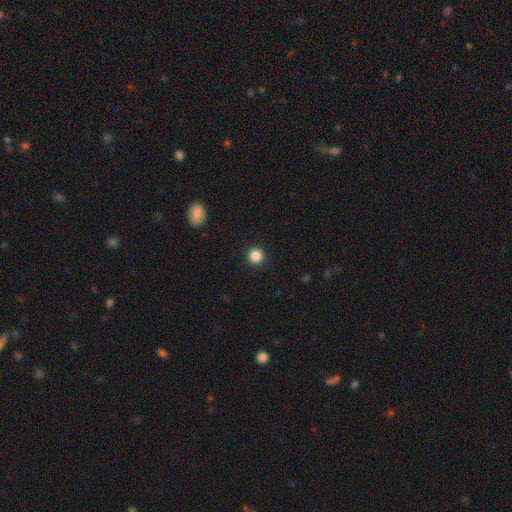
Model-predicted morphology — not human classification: type=smooth (85%); roundness=round (94%); merging=none (93%).